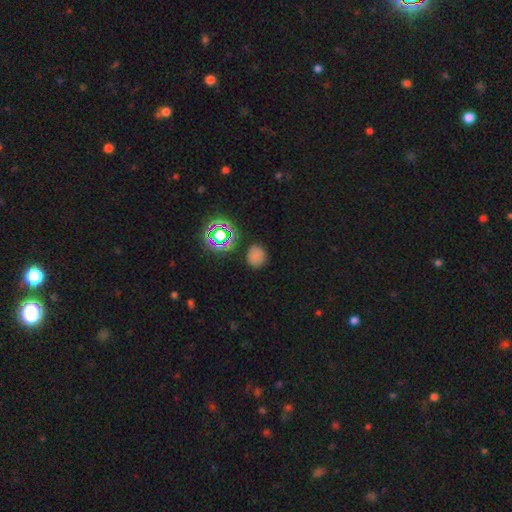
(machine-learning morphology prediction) A smooth galaxy with no disk features (71%) that is round (76%). Merging: none (83%).